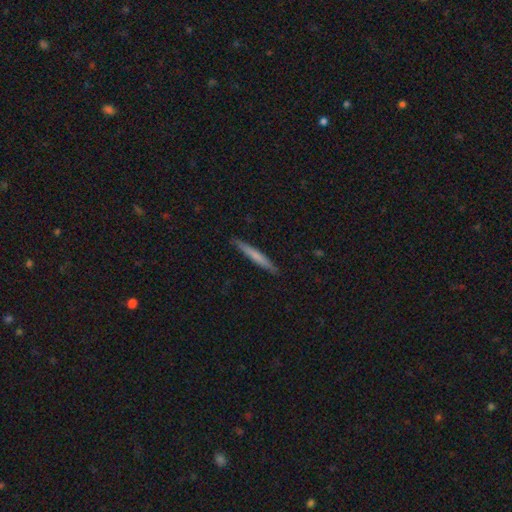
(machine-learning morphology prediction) Smooth or featured? smooth (61%)
How rounded? cigar-shaped (96%)
Merging? none (90%)